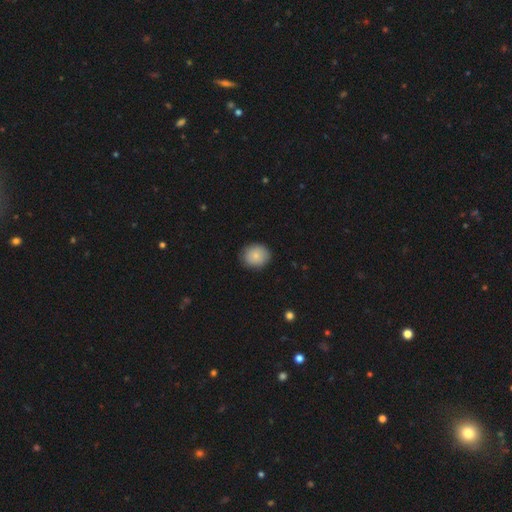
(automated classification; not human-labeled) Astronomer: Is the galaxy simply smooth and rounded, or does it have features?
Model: smooth — 81%.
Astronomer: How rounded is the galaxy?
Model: round — 73%.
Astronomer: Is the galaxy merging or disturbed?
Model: none — 85%.